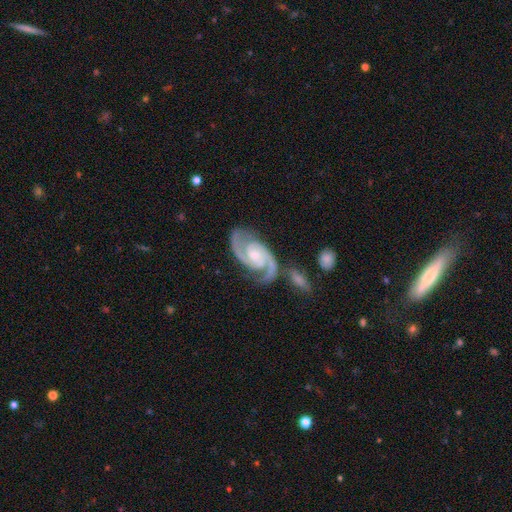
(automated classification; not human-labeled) featured or disk 93%, star or artifact 4%, smooth 3%. Down the decision tree: edge-on disk — no (98%); bar — no (56%); spiral arms — yes (99%); spiral arm count — 2 (93%); spiral winding — medium (54%); bulge size — small (46%); merging — none (71%).